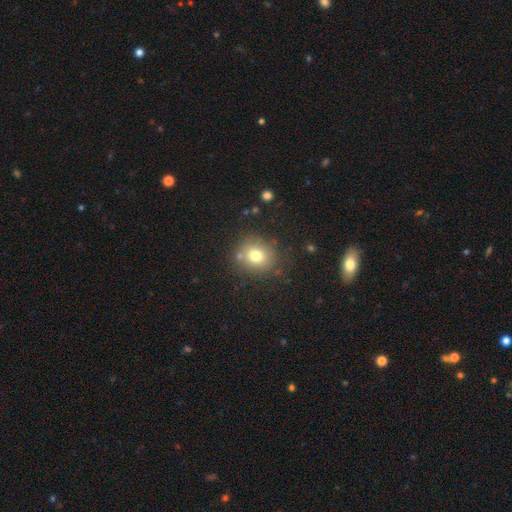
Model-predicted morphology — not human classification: Q: Smooth or featured?
A: smooth (74%); runner-up: star or artifact (14%)
Q: How rounded?
A: round (80%); runner-up: in between (19%)
Q: Merging?
A: none (77%); runner-up: minor disturbance (12%)